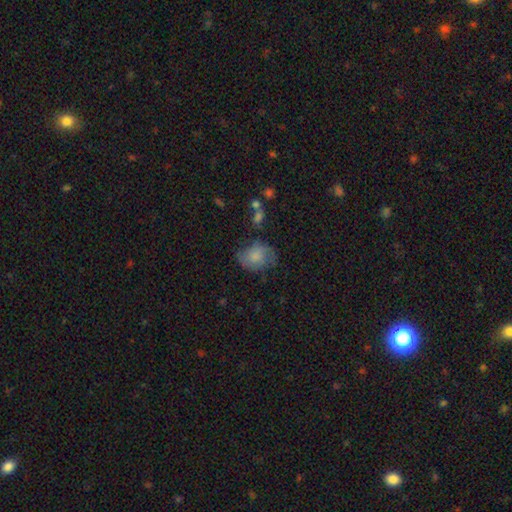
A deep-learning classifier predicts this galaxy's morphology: Overall: smooth (67%). How rounded: in between (56%; round 43%). Merging: none (50%; minor disturbance 31%).